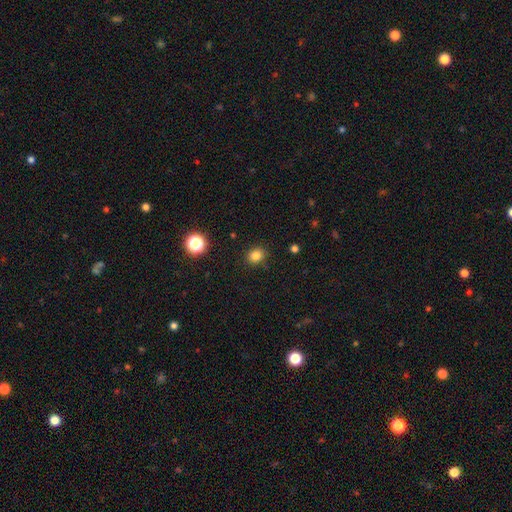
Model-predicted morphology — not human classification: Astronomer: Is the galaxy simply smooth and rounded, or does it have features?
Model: smooth — 82%.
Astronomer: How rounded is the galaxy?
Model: round — 70%.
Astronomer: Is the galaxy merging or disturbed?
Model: none — 89%.